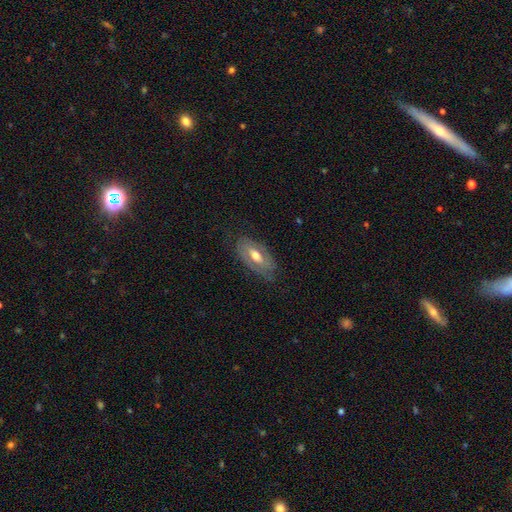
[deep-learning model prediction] This appears to be a featured or disk galaxy (55%). Merging: none (72%).